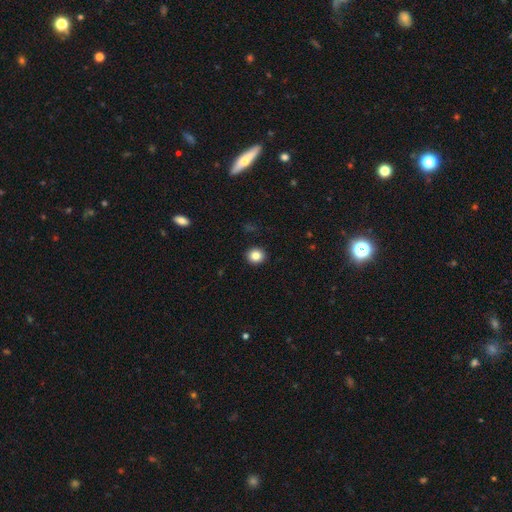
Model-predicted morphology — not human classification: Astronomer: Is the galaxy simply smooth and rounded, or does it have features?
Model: smooth — 85%.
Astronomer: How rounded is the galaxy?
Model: round — 86%.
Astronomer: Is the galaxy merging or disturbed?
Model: none — 92%.